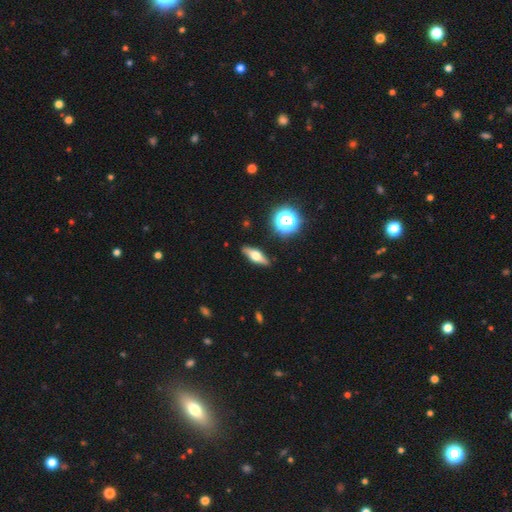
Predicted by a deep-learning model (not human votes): This appears to be a featured or disk galaxy (55%) viewed edge-on (91%). Merging: none (87%).